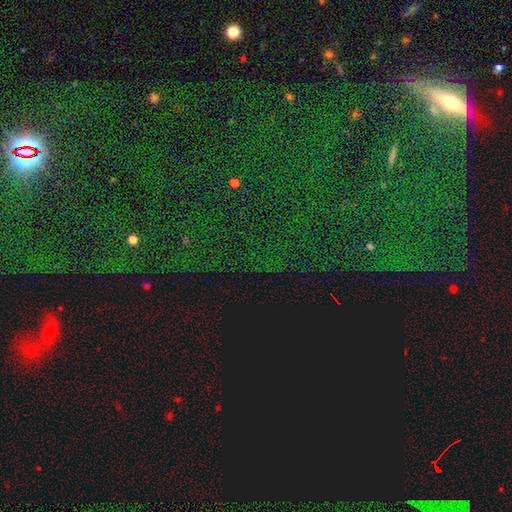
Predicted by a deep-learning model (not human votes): Morphology: type=star or artifact (84%).